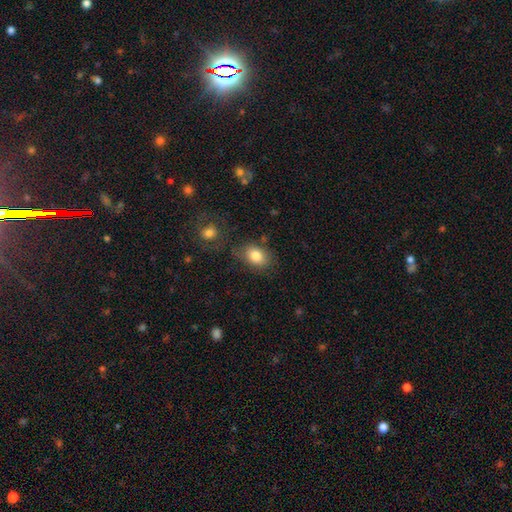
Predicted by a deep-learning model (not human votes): Overall: smooth (82%). How rounded: in between (72%). Merging: none (70%).